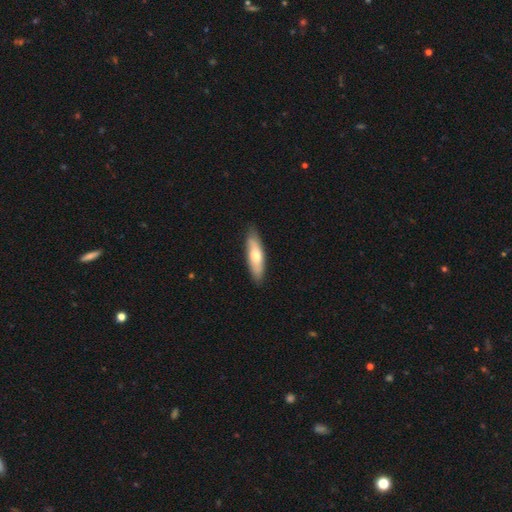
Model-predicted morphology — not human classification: This appears to be a smooth galaxy with no disk features (65%) that is cigar-shaped (58%). Merging: none (84%).